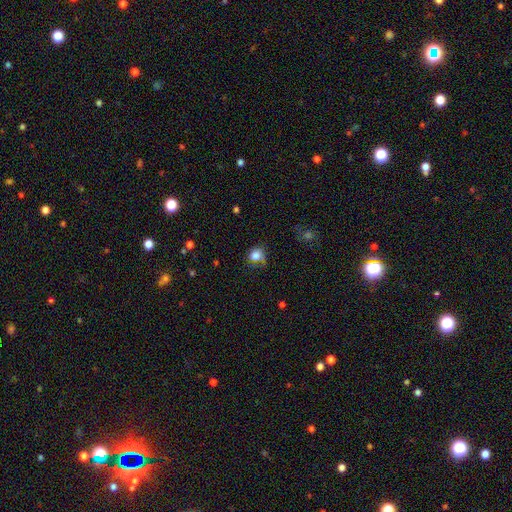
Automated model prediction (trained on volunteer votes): smooth_or_featured: smooth (p=0.79) [alt: star or artifact p=0.12]
how_rounded: round (p=0.74) [alt: in between p=0.25]
merging: none (p=0.61) [alt: minor disturbance p=0.24]